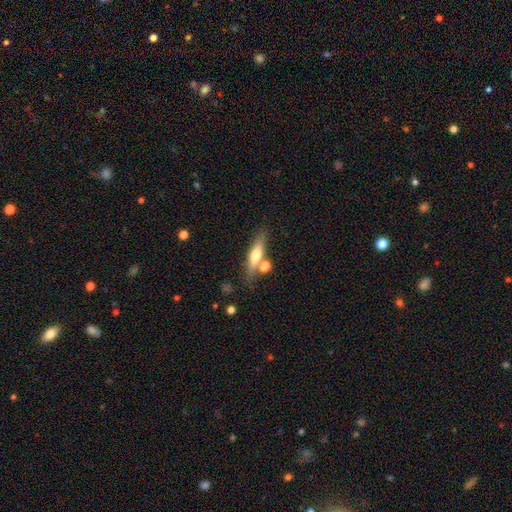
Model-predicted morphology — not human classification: Smooth or featured? Predicted: smooth (p=0.53). How rounded? Predicted: cigar-shaped (p=0.70). Merging? Predicted: none (p=0.66).